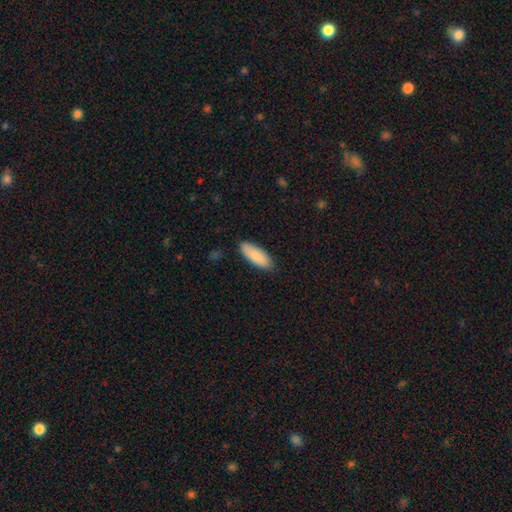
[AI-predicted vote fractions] Morphology: type=smooth (87%); roundness=in between (73%); merging=none (86%).